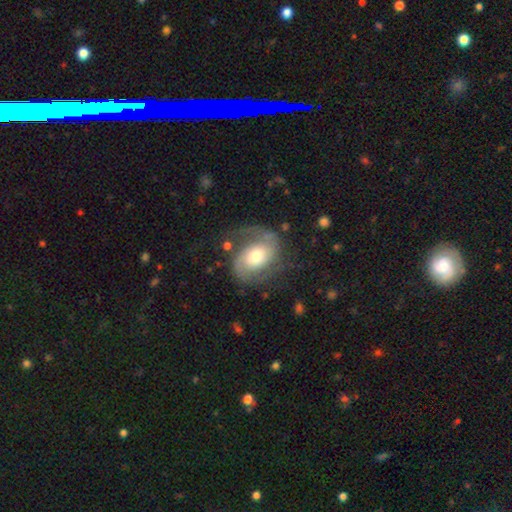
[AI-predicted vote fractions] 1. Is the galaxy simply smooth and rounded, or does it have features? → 82% featured or disk, 12% smooth, 6% star or artifact.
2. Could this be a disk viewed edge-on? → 98% no, 2% yes.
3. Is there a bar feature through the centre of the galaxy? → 63% no, 29% weak, 8% strong.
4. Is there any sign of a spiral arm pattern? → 95% yes, 5% no.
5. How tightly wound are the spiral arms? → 49% medium, 27% tight, 24% loose.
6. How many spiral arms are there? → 88% 2, 5% can't tell, 3% 1, 2% 3, 1% 4, 1% more than 4.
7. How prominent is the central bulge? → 63% moderate, 19% small, 15% large, 2% dominant, 1% none.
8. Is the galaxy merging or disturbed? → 65% none, 18% minor disturbance, 14% major disturbance, 2% merger.